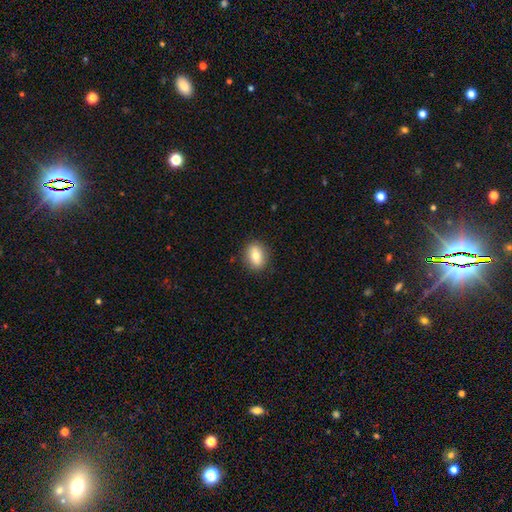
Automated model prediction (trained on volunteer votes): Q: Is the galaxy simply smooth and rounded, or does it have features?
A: smooth — 76%.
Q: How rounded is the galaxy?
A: in between — 64%.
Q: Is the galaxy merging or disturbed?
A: none — 88%.